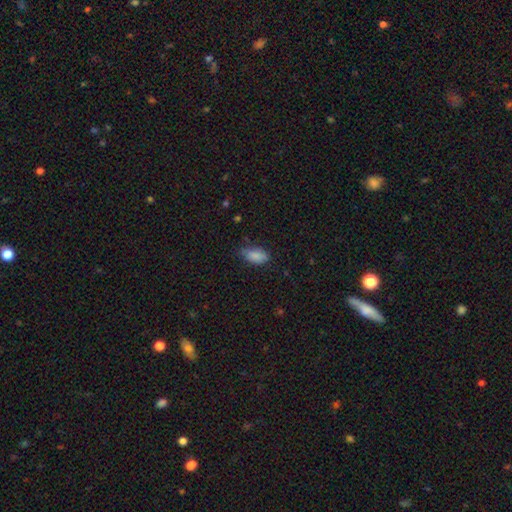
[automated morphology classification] smooth 86%, star or artifact 8%, featured or disk 6%. Down the decision tree: how rounded — in between (91%); merging — none (66%).